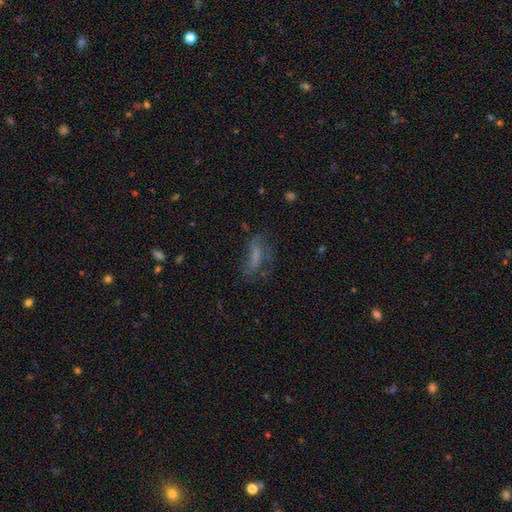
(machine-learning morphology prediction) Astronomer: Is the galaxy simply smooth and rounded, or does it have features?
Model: smooth — 48% (runner-up: featured or disk, 36%).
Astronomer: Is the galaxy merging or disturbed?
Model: none — 46% (runner-up: major disturbance, 28%).